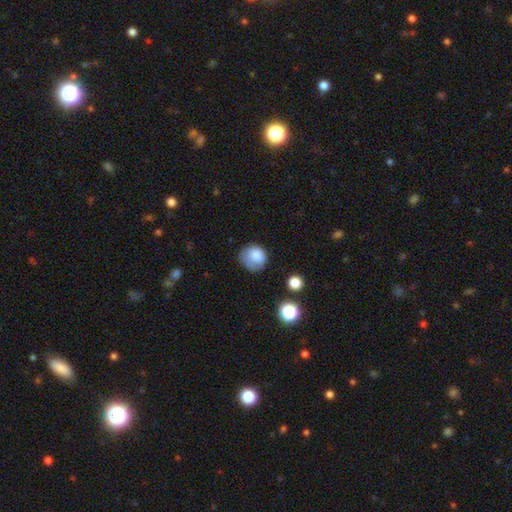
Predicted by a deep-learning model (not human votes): Overall: smooth (80%). How rounded: round (78%). Merging: none (55%; minor disturbance 29%).